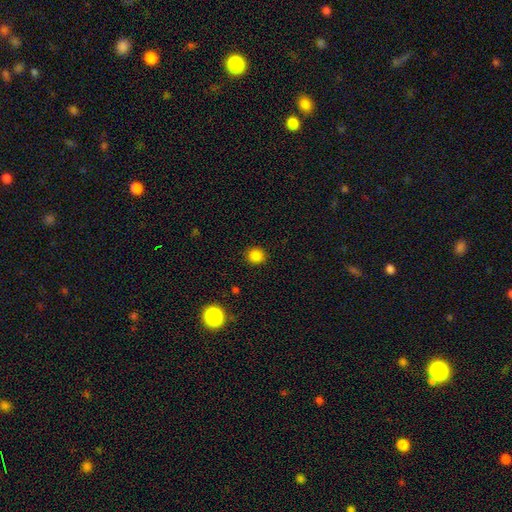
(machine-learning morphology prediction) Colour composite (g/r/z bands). It shows a smooth galaxy with no disk features (84%) that is round (88%). Merging: none (91%).